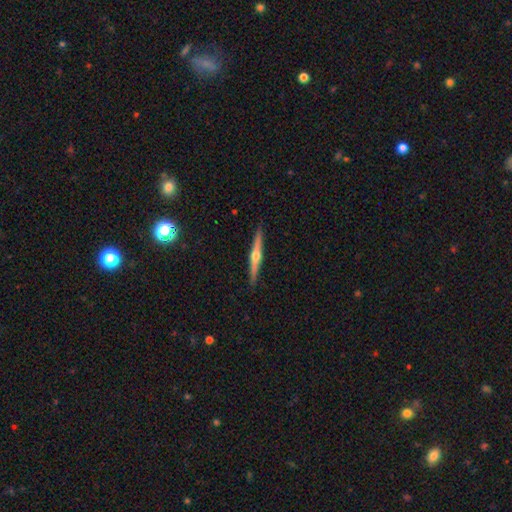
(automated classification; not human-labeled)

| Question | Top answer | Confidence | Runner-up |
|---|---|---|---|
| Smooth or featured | featured or disk | 76% | smooth (18%) |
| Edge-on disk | yes | 98% | no (2%) |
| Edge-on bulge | rounded | 94% | none (3%) |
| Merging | none | 92% | minor disturbance (6%) |